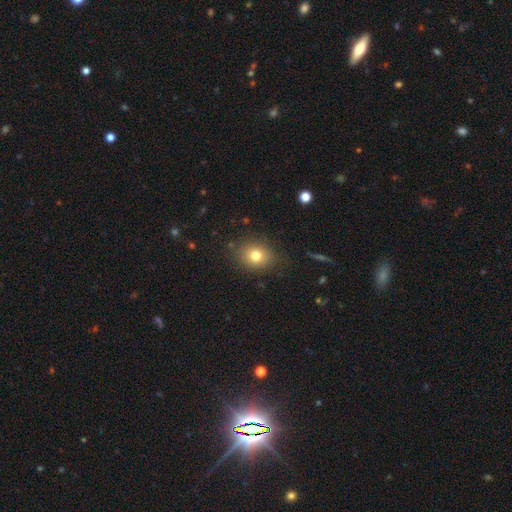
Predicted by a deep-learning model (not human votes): Smooth or featured? Predicted: smooth (p=0.78). How rounded? Predicted: round (p=0.65). Merging? Predicted: none (p=0.85).